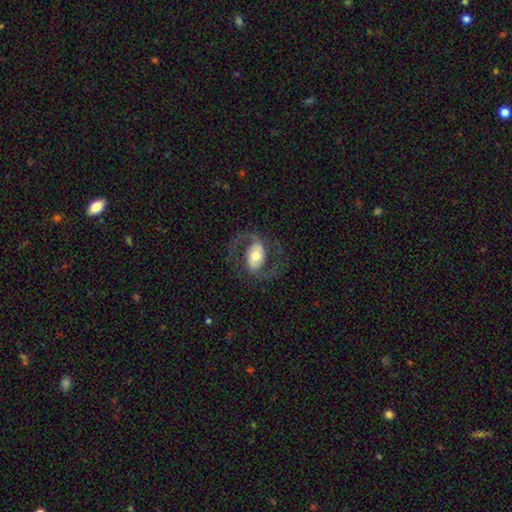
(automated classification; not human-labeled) Smooth or featured?
  - featured or disk: 84% *
  - smooth: 11%
  - star or artifact: 5%
Edge-on disk?
  - no: 97% *
  - yes: 3%
Bar?
  - no: 40% *
  - weak: 36%
  - strong: 24%
Spiral arms?
  - yes: 93% *
  - no: 7%
Spiral winding?
  - medium: 57% *
  - loose: 29%
  - tight: 14%
Spiral arm count?
  - 2: 92% *
  - can't tell: 2%
  - 1: 2%
  - 3: 1%
  - 4: 1%
  - more than 4: 1%
Bulge size?
  - moderate: 66% *
  - large: 17%
  - small: 14%
  - dominant: 2%
  - none: 1%
Merging?
  - none: 74% *
  - minor disturbance: 13%
  - major disturbance: 12%
  - merger: 1%